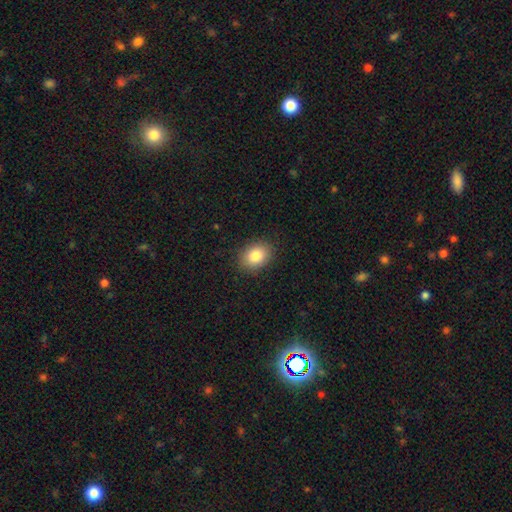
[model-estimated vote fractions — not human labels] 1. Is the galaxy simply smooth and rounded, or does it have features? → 84% smooth, 9% star or artifact, 7% featured or disk.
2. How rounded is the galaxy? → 68% in between, 32% round, 1% cigar-shaped.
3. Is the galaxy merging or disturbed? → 89% none, 8% minor disturbance, 2% major disturbance, 1% merger.